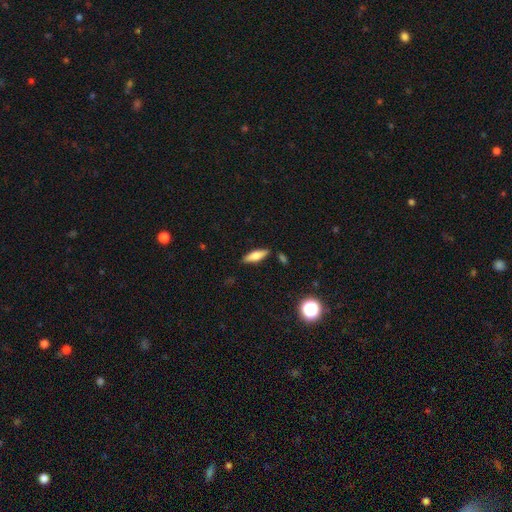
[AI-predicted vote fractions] Morphology: type=smooth (67%); roundness=in between (52%); merging=none (84%).